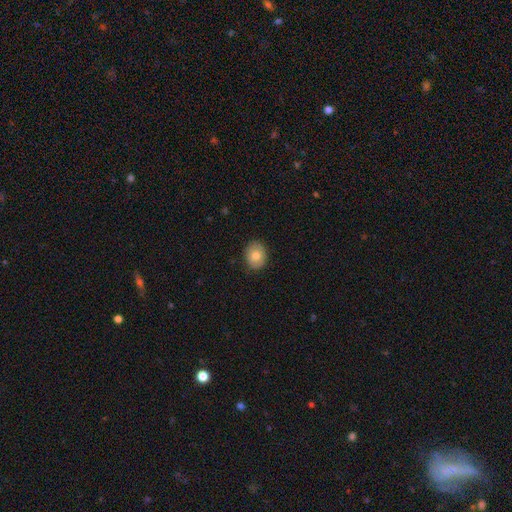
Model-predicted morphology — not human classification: Q: Smooth or featured?
A: smooth (78%); runner-up: featured or disk (14%)
Q: How rounded?
A: in between (56%); runner-up: round (44%)
Q: Merging?
A: none (88%); runner-up: minor disturbance (9%)